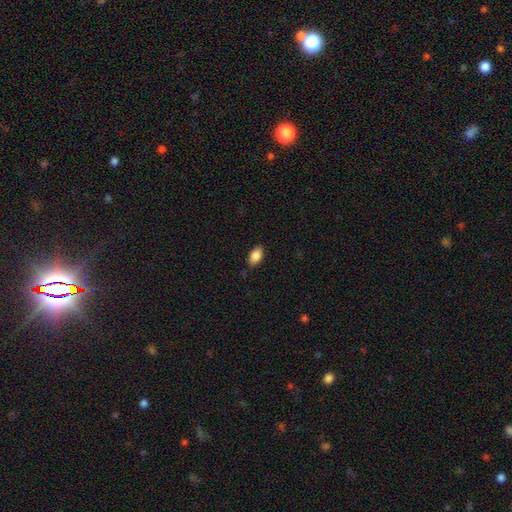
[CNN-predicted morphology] Smooth or featured? Predicted: smooth (p=0.86). How rounded? Predicted: in between (p=0.91). Merging? Predicted: none (p=0.84).